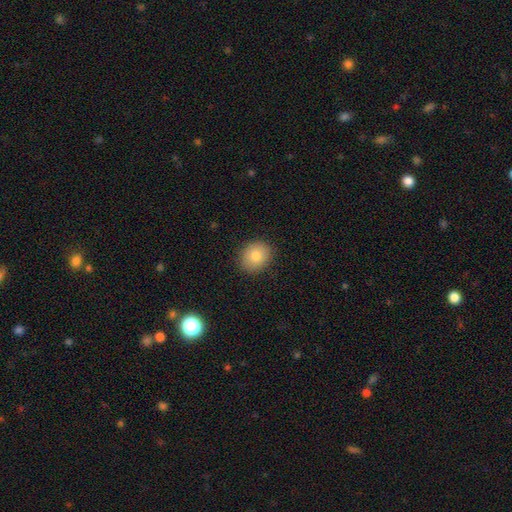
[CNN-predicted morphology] The model was most divided on "how rounded": round: 71%, in between: 28%, cigar-shaped: 1%. More confident: merging — none (89%); smooth or featured — smooth (80%).